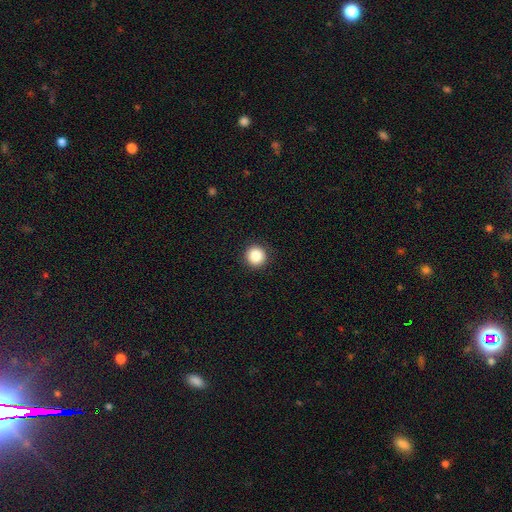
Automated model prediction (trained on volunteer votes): smooth-or-featured: smooth: 87% | star or artifact: 10% | featured or disk: 3%
  how-rounded: round: 95% | in between: 4% | cigar-shaped: 1%
  merging: none: 92% | minor disturbance: 6% | major disturbance: 2% | merger: 1%